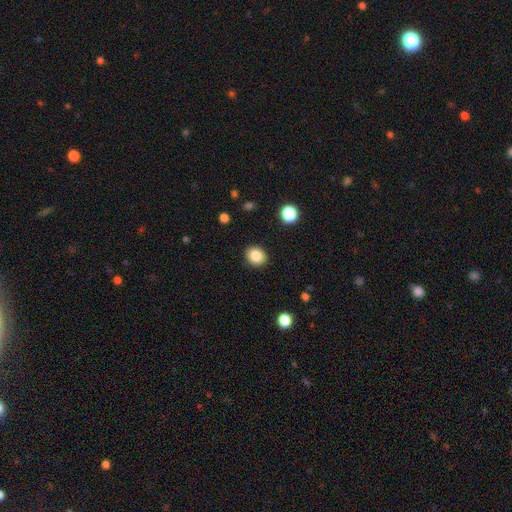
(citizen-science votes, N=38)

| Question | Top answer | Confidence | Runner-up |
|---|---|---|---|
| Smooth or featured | smooth | 87% | star or artifact (8%) |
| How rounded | round | 73% | in between (27%) |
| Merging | none | 83% | minor disturbance (14%) |